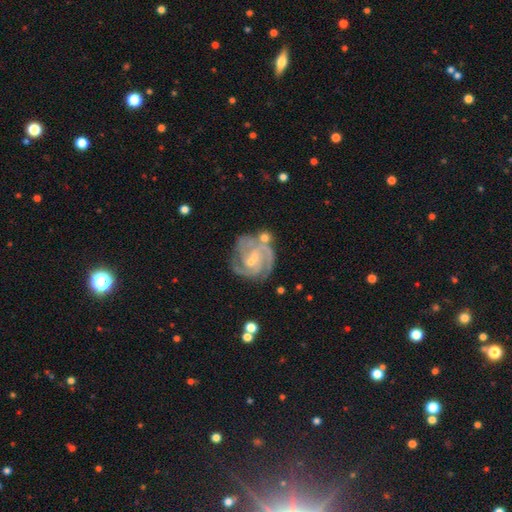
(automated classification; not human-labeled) Q: Smooth or featured?
A: featured or disk (85%); runner-up: smooth (8%)
Q: Edge-on disk?
A: no (97%); runner-up: yes (3%)
Q: Bar?
A: weak (49%); runner-up: no (34%)
Q: Spiral arms?
A: yes (96%); runner-up: no (4%)
Q: Spiral winding?
A: tight (58%); runner-up: medium (36%)
Q: Spiral arm count?
A: 2 (35%); runner-up: 3 (33%)
Q: Bulge size?
A: small (60%); runner-up: moderate (32%)
Q: Merging?
A: none (66%); runner-up: minor disturbance (17%)